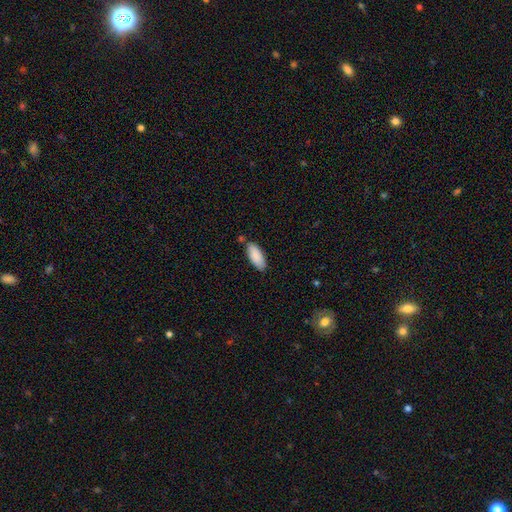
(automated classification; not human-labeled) smooth 89%, star or artifact 6%, featured or disk 5%. Down the decision tree: how rounded — in between (82%); merging — none (77%).